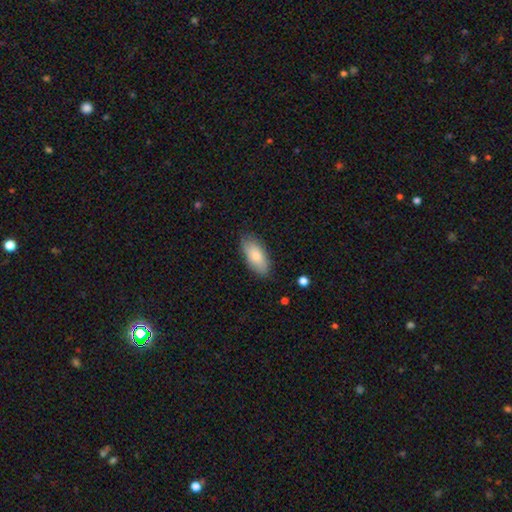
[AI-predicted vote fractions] smooth-or-featured: smooth: 80% | featured or disk: 14% | star or artifact: 6%
  how-rounded: in between: 90% | cigar-shaped: 8% | round: 2%
  merging: none: 83% | minor disturbance: 13% | major disturbance: 3% | merger: 1%